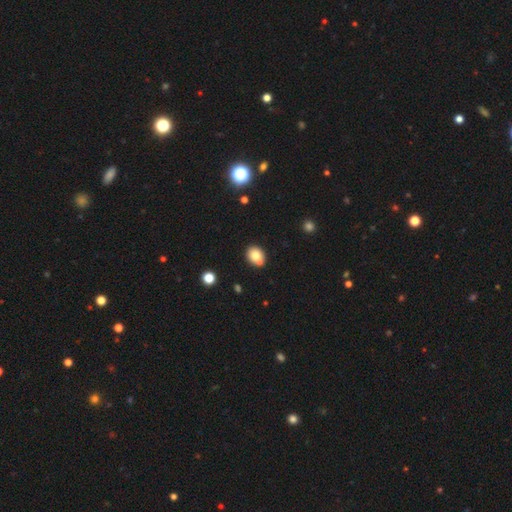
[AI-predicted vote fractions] A smooth galaxy with no disk features (77%) that is round (66%). Merging: none (68%).